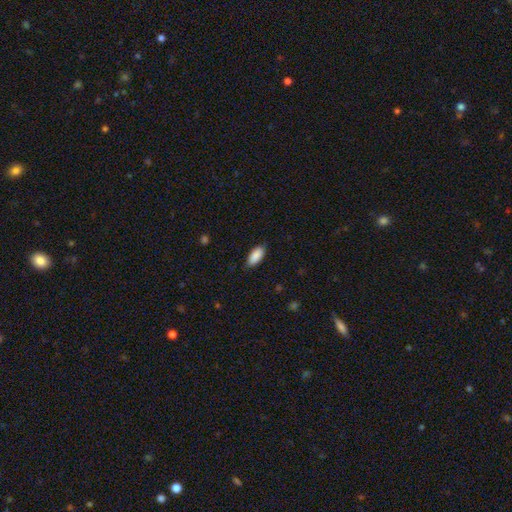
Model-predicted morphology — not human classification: smooth 90%, star or artifact 6%, featured or disk 4%. Down the decision tree: how rounded — in between (90%); merging — none (83%).